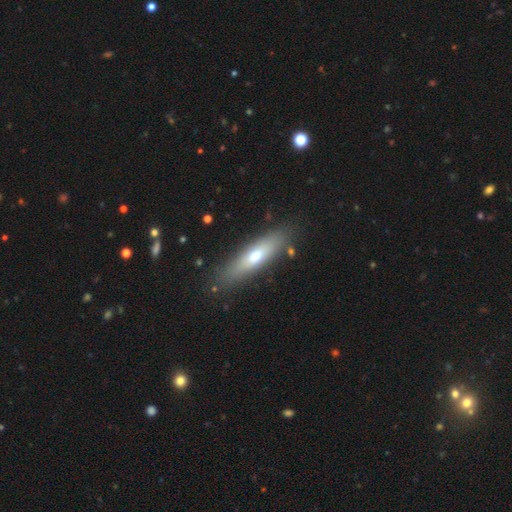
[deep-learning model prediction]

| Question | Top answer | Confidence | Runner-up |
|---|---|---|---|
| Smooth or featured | smooth | 57% | featured or disk (36%) |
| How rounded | cigar-shaped | 64% | in between (34%) |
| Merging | none | 83% | minor disturbance (11%) |